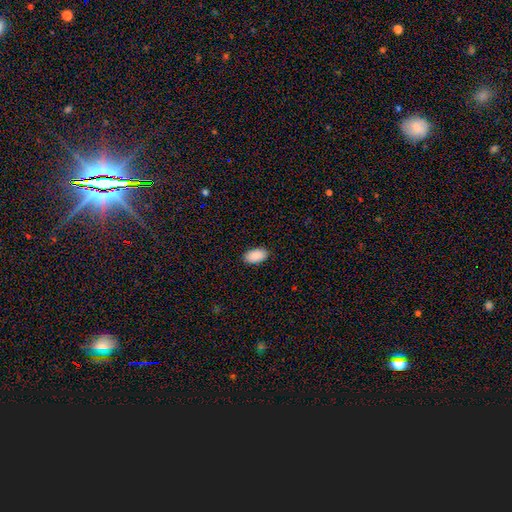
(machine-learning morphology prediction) A smooth galaxy with no disk features (91%) that is in between round and cigar-shaped (95%).

Vote fractions:
- Smooth or featured? smooth: 91% / star or artifact: 7% / featured or disk: 3%
- How rounded? in between: 95% / round: 3% / cigar-shaped: 1%
- Merging? none: 89% / minor disturbance: 8% / major disturbance: 2% / merger: 1%